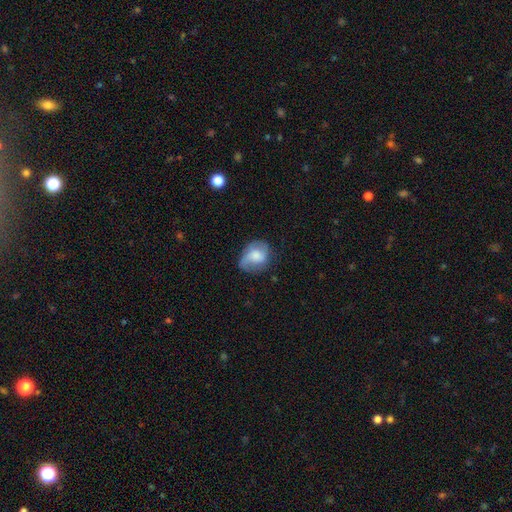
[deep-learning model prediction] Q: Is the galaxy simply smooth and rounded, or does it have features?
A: smooth — 48%.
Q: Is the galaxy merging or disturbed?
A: none — 51%.